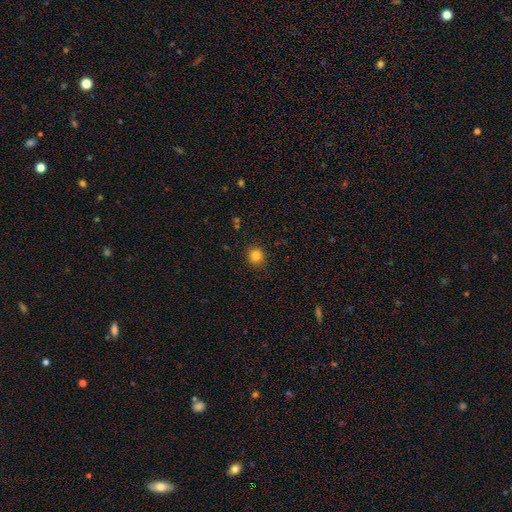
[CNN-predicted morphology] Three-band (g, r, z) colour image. It shows a smooth galaxy with no disk features (83%) that is round (87%). Merging: none (90%).